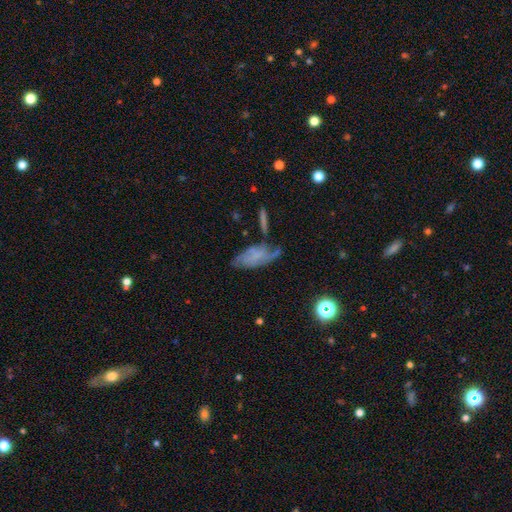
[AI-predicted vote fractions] Q: Smooth or featured?
A: featured or disk (51%); runner-up: smooth (38%)
Q: Edge-on disk?
A: no (86%); runner-up: yes (14%)
Q: Merging?
A: none (43%); runner-up: minor disturbance (28%)